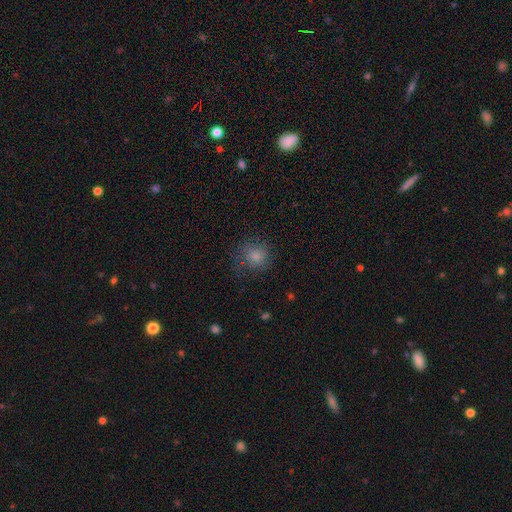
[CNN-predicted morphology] type=smooth (81%); roundness=round (86%); merging=none (73%).